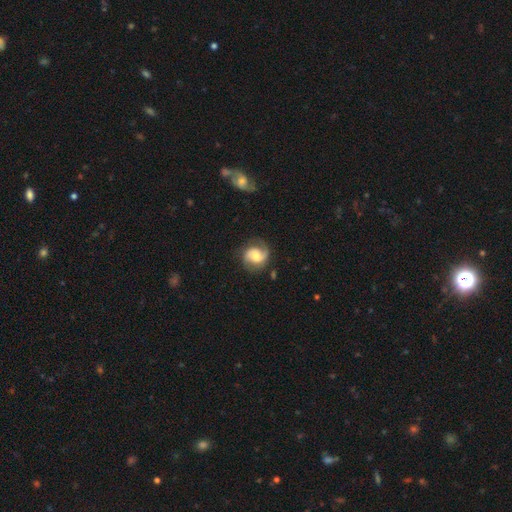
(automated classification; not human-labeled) Smooth or featured? Predicted: featured or disk (p=0.75). Edge-on disk? Predicted: no (p=0.98). Bar? Predicted: no (p=0.51). Spiral arms? Predicted: yes (p=0.96). Spiral winding? Predicted: medium (p=0.49). Spiral arm count? Predicted: 2 (p=0.85). Bulge size? Predicted: moderate (p=0.45). Merging? Predicted: none (p=0.76).